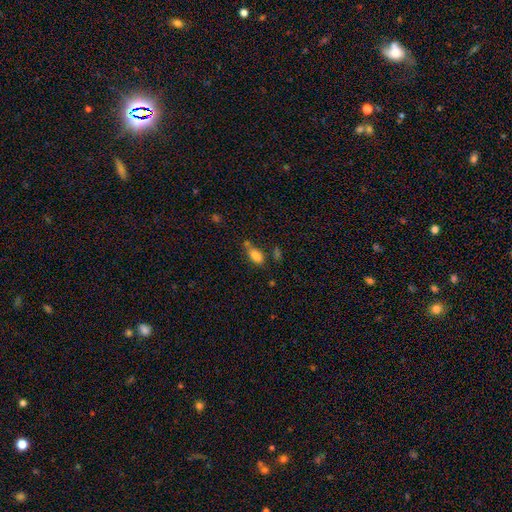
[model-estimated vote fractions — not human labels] smooth-or-featured: smooth: 83% | star or artifact: 10% | featured or disk: 7%
  how-rounded: in between: 89% | cigar-shaped: 7% | round: 4%
  merging: none: 55% | minor disturbance: 20% | merger: 18% | major disturbance: 7%